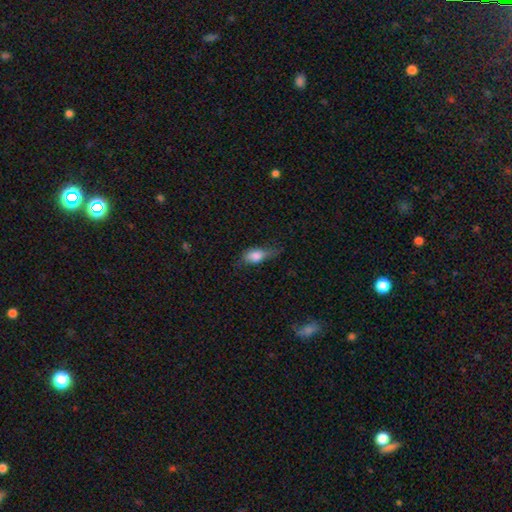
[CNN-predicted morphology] Overall: smooth (75%). How rounded: in between (79%). Merging: none (41%; minor disturbance 37%).